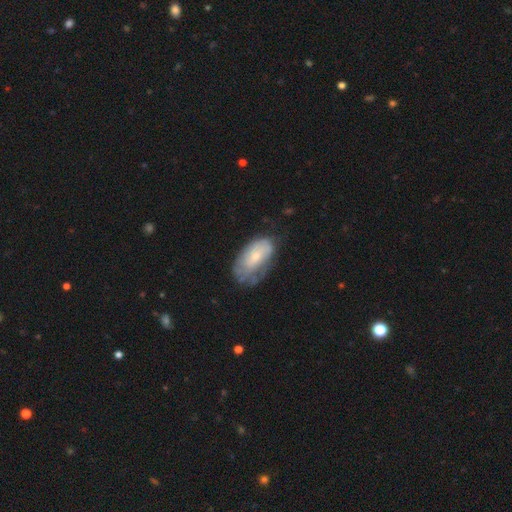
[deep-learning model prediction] Morphology: type=smooth (50%); roundness=in between (92%); merging=none (47%).